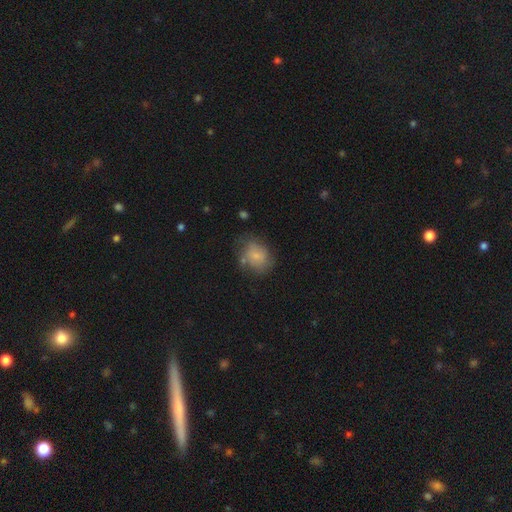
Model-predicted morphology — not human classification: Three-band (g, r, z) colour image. It shows a smooth galaxy with no disk features (70%) that is round (60%). Merging: none (58%).